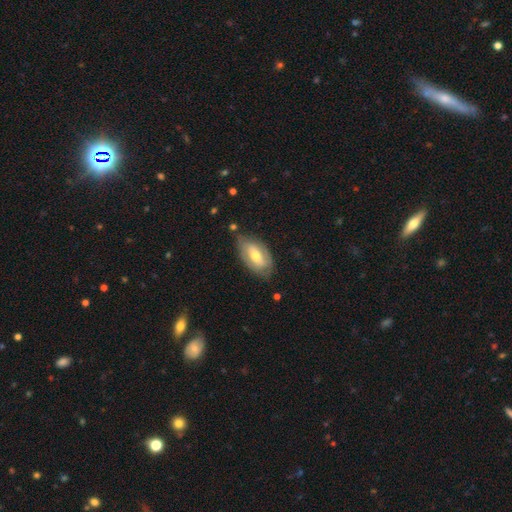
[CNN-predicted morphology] Q: Smooth or featured?
A: featured or disk (51%); runner-up: smooth (43%)
Q: Edge-on disk?
A: no (88%); runner-up: yes (12%)
Q: Merging?
A: none (69%); runner-up: minor disturbance (23%)